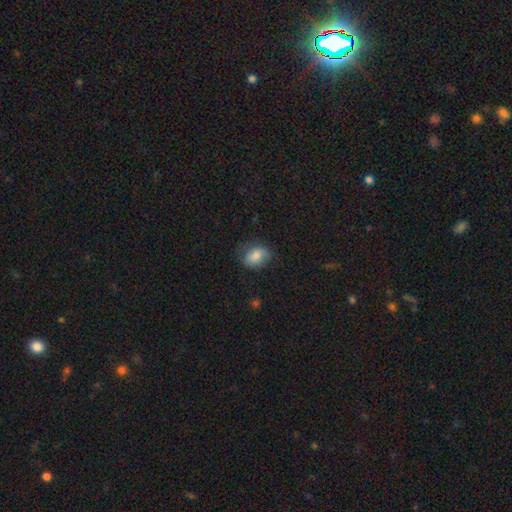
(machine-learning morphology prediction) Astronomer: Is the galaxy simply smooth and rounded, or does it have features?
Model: smooth — 78%.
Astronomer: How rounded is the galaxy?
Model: in between — 74%.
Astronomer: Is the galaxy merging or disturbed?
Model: none — 67%.